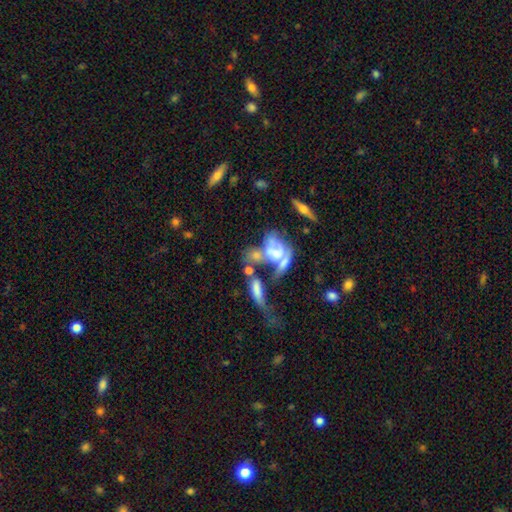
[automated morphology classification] This is possibly a smooth galaxy (47%). Merging: possibly merger (60%).